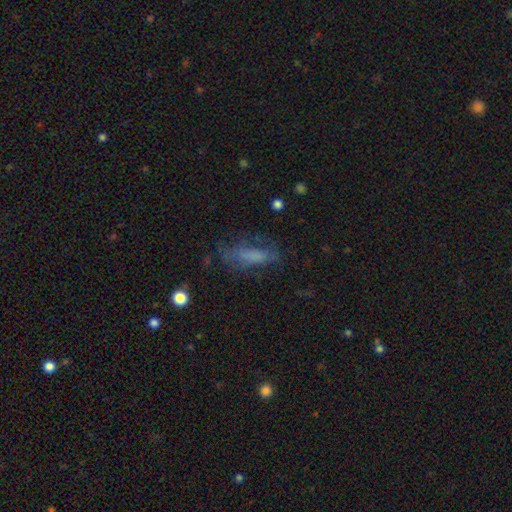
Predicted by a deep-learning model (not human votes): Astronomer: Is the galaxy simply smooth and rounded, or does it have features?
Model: smooth — 55% (runner-up: featured or disk, 31%).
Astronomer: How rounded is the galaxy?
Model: in between — 59% (runner-up: cigar-shaped, 38%).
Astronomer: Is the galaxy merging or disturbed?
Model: none — 50% (runner-up: minor disturbance, 25%).